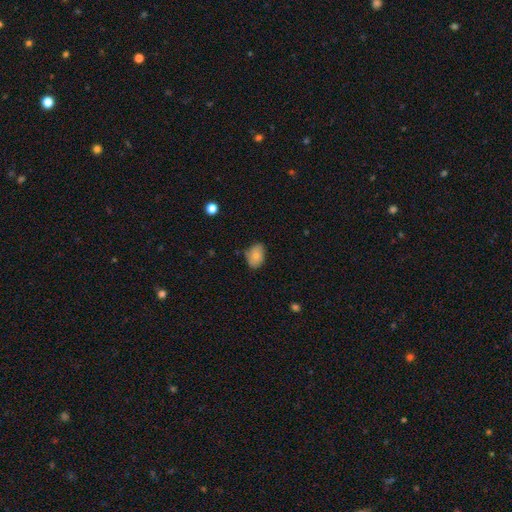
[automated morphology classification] Overall: smooth (80%). How rounded: in between (80%). Merging: none (71%).